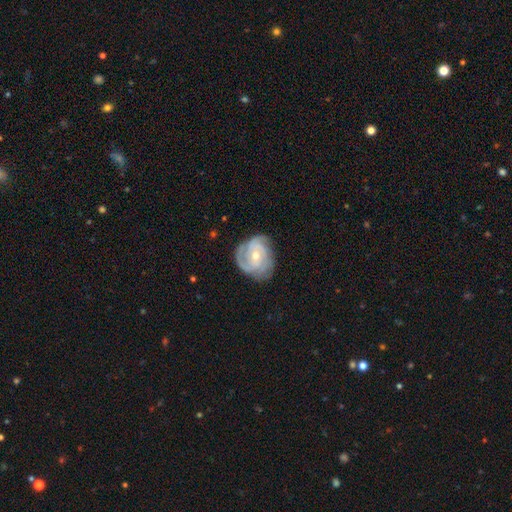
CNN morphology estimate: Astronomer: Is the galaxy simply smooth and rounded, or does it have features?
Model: featured or disk — 83%.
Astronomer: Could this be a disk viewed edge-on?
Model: no — 98%.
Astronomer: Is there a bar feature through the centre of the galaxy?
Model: no — 59%.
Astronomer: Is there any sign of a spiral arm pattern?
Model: yes — 95%.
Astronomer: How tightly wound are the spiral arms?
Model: tight — 58% (runner-up: medium, 34%).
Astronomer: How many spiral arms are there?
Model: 3 — 41% (runner-up: 2, 21%).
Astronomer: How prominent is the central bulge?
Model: small — 53% (runner-up: moderate, 44%).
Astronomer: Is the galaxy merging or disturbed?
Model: none — 67%.